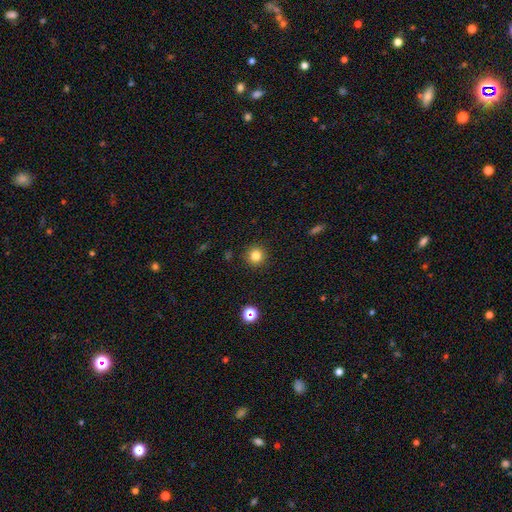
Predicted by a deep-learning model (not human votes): Smooth or featured: smooth — 81% (star or artifact — 13%)
How rounded: round — 95% (in between — 4%)
Merging: none — 92% (minor disturbance — 5%)